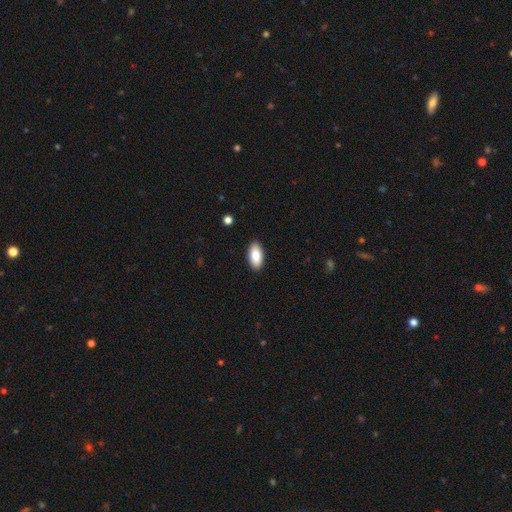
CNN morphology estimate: type=smooth (85%); roundness=in between (91%); merging=none (90%).